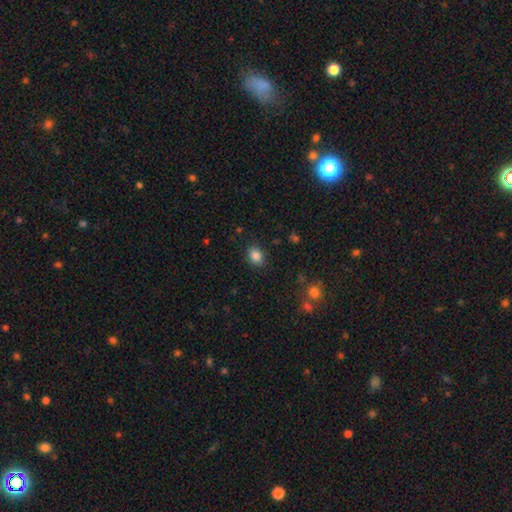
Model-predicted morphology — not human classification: A smooth galaxy with no disk features (85%) that is in between round and cigar-shaped (62%).

Vote fractions:
- Smooth or featured? smooth: 85% / star or artifact: 10% / featured or disk: 5%
- How rounded? in between: 62% / round: 37% / cigar-shaped: 1%
- Merging? none: 84% / minor disturbance: 11% / major disturbance: 3% / merger: 1%